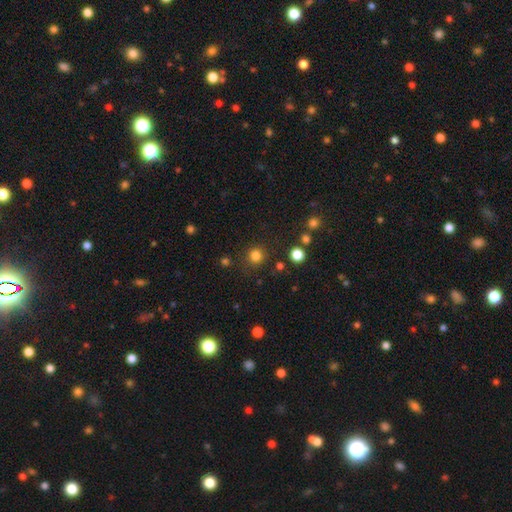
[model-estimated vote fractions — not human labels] Morphology: type=smooth (81%); roundness=round (92%); merging=none (86%).